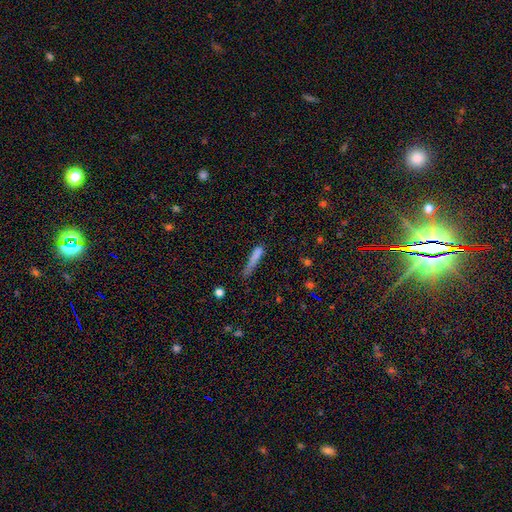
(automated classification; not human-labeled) Q: Smooth or featured?
A: smooth (75%); runner-up: featured or disk (15%)
Q: How rounded?
A: cigar-shaped (89%); runner-up: in between (9%)
Q: Merging?
A: none (46%); runner-up: minor disturbance (31%)